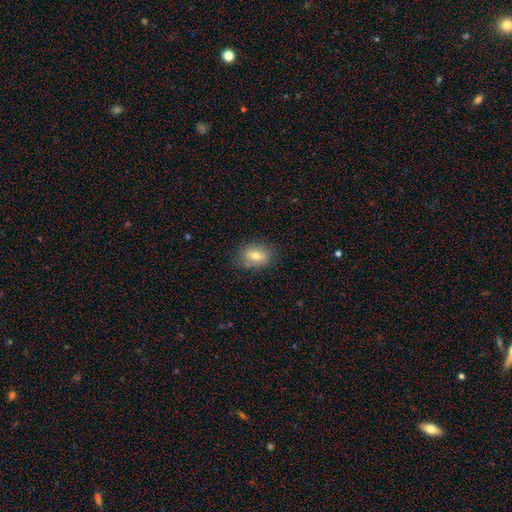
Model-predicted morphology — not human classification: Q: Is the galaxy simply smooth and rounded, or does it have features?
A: smooth — 69%.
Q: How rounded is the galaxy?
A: in between — 68%.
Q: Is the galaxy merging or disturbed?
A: none — 78%.